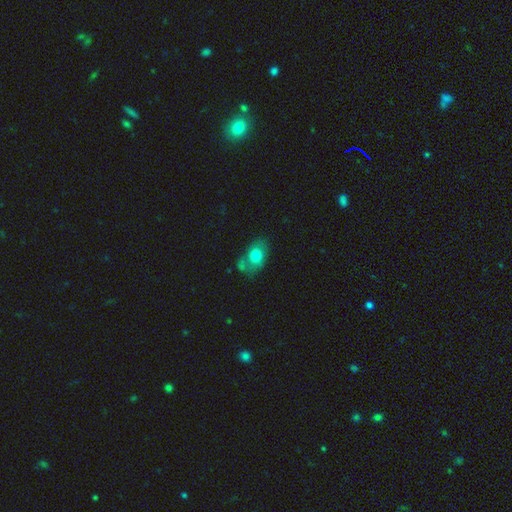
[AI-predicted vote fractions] smooth 71%, featured or disk 21%, star or artifact 8%. Down the decision tree: how rounded — in between (80%); merging — none (50%).